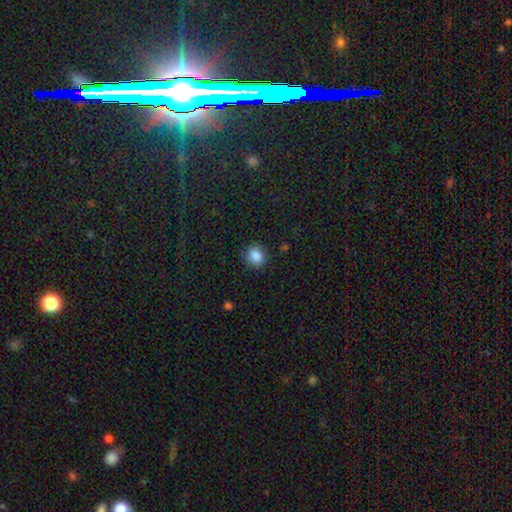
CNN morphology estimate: A smooth galaxy with no disk features (86%) that is round (73%).

Vote fractions:
- Smooth or featured? smooth: 86% / star or artifact: 10% / featured or disk: 4%
- How rounded? round: 73% / in between: 26% / cigar-shaped: 1%
- Merging? none: 85% / minor disturbance: 11% / major disturbance: 3% / merger: 1%